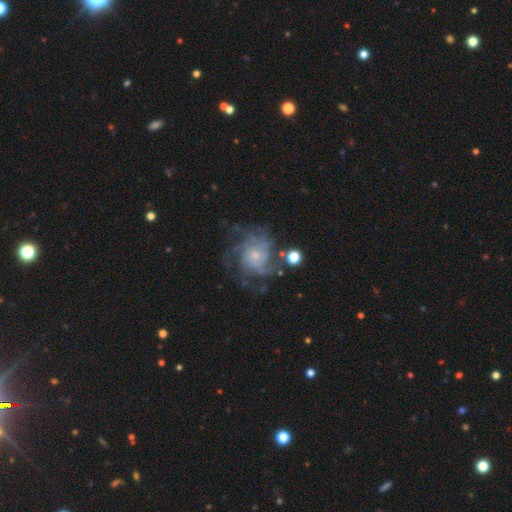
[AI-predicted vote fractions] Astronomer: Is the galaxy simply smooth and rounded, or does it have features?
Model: featured or disk — 82%.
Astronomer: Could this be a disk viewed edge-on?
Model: no — 98%.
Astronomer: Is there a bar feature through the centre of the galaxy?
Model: no — 78%.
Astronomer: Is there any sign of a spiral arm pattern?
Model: yes — 93%.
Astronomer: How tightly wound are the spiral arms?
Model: tight — 49% (runner-up: medium, 37%).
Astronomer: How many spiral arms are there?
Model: can't tell — 28% (runner-up: 4, 25%).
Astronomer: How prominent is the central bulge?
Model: small — 67%.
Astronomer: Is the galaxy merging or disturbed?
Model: none — 60%.